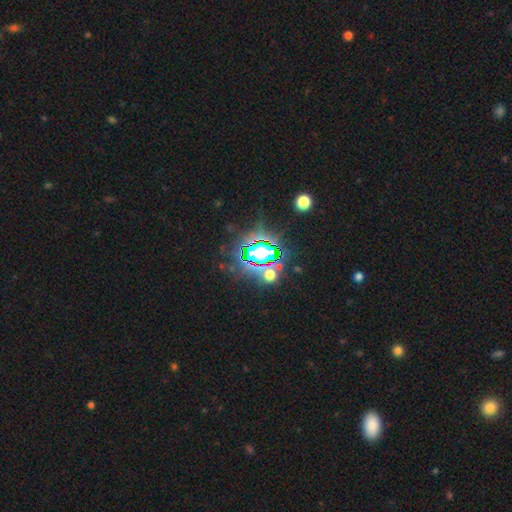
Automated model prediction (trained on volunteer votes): smooth-or-featured: star or artifact: 81% | smooth: 11% | featured or disk: 8%